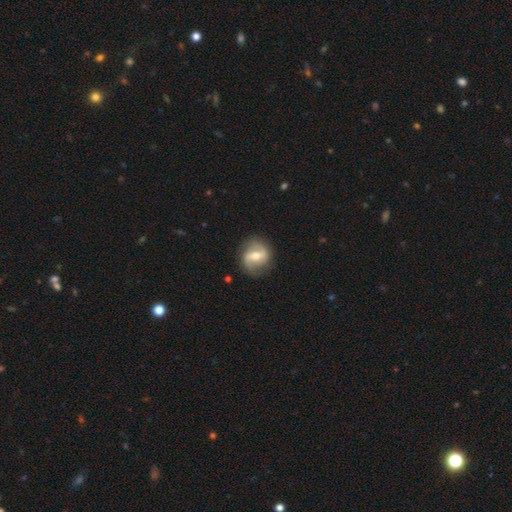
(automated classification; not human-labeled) smooth-or-featured: featured or disk: 70% | smooth: 24% | star or artifact: 6%
  disk-edge-on: no: 96% | yes: 4%
    bar: weak: 42% | strong: 41% | no: 16%
    has-spiral-arms: yes: 80% | no: 20%
      spiral-winding: medium: 42% | loose: 38% | tight: 20%
      spiral-arm-count: 2: 87% | can't tell: 7% | 1: 3% | 3: 1% | 4: 1% | more than 4: 1%
    bulge-size: moderate: 66% | small: 25% | large: 7% | none: 2% | dominant: 1%
  merging: none: 82% | minor disturbance: 12% | major disturbance: 5% | merger: 1%